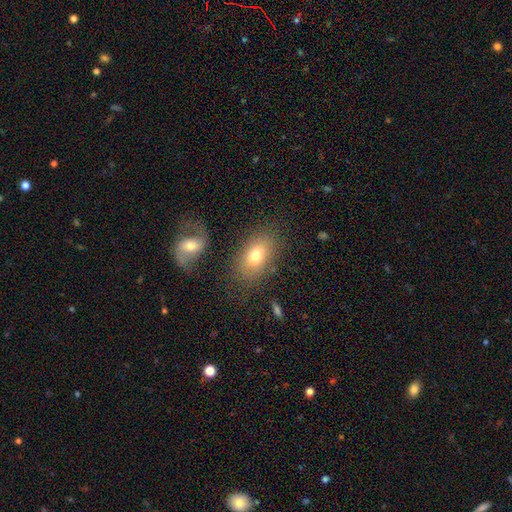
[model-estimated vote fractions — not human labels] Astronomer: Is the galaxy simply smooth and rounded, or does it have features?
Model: smooth — 73%.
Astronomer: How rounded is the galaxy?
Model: in between — 86%.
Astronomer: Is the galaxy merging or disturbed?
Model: none — 75%.